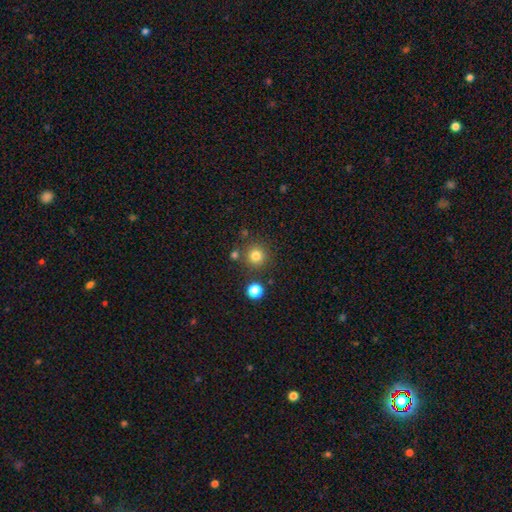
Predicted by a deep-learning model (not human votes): Smooth or featured: smooth — 80% (star or artifact — 14%)
How rounded: round — 94% (in between — 5%)
Merging: none — 83% (minor disturbance — 7%)